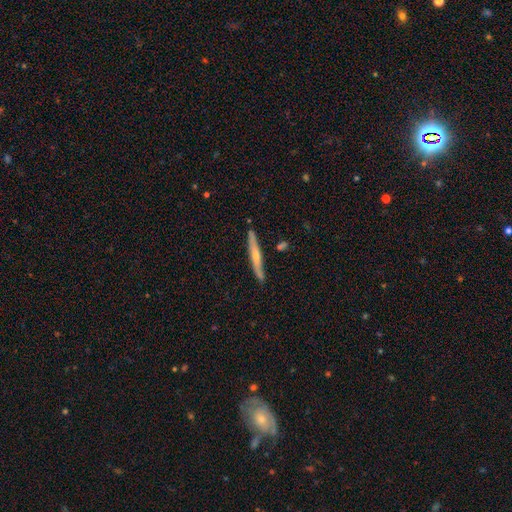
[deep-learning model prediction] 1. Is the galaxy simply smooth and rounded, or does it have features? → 63% featured or disk, 32% smooth, 6% star or artifact.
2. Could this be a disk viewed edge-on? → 95% yes, 5% no.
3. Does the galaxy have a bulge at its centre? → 74% rounded, 22% none, 4% boxy.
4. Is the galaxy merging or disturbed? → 86% none, 10% minor disturbance, 2% merger, 2% major disturbance.